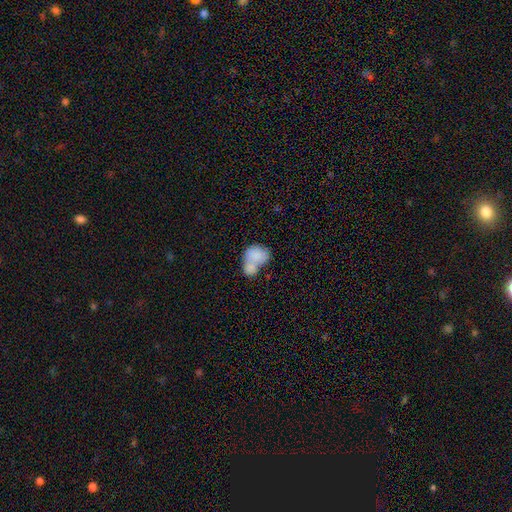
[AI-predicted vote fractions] The model was most divided on "how rounded": in between: 65%, round: 34%, cigar-shaped: 1%. More confident: smooth or featured — smooth (79%); merging — merger (69%).